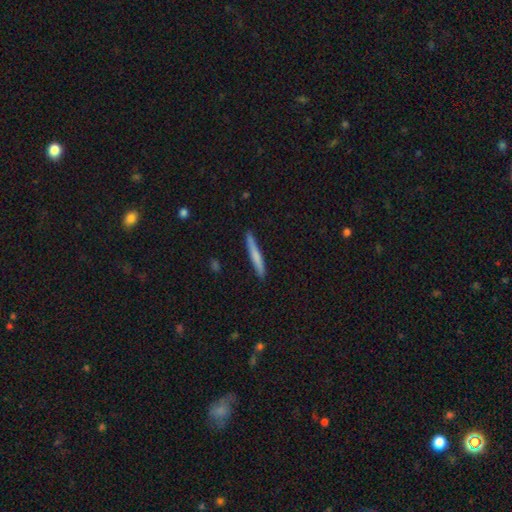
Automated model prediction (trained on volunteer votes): Smooth or featured?
  - smooth: 67% *
  - featured or disk: 28%
  - star or artifact: 5%
How rounded?
  - cigar-shaped: 96% *
  - in between: 2%
  - round: 1%
Merging?
  - none: 90% *
  - minor disturbance: 8%
  - major disturbance: 1%
  - merger: 1%